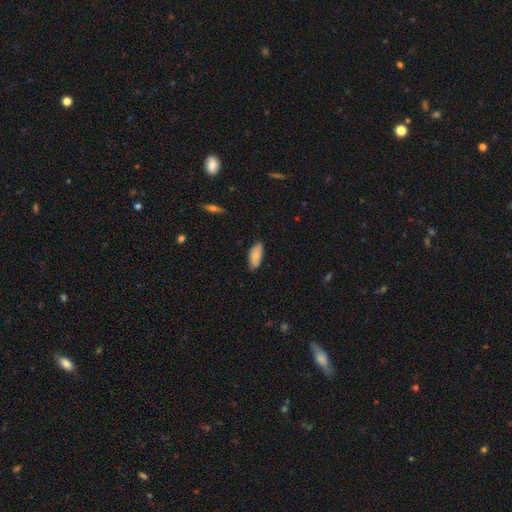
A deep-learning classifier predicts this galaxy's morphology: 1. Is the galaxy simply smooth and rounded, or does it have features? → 76% smooth, 17% featured or disk, 6% star or artifact.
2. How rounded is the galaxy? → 87% in between, 11% cigar-shaped, 2% round.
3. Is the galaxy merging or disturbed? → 81% none, 16% minor disturbance, 2% major disturbance, 1% merger.